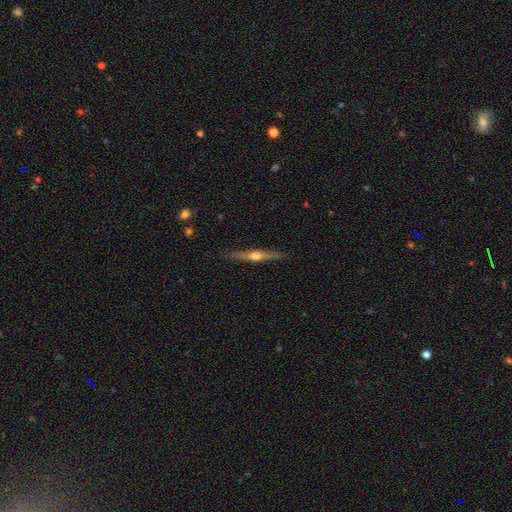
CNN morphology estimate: Overall: featured or disk (65%; smooth 29%). Edge-on disk: yes (97%). Edge-on bulge: rounded (89%). Merging: none (88%).